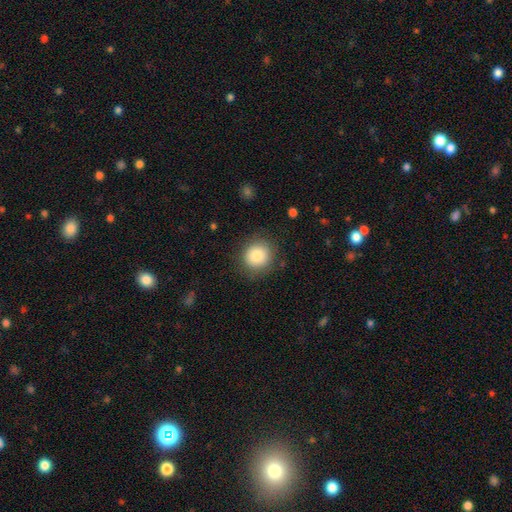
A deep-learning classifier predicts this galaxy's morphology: Overall: smooth (86%). How rounded: round (88%). Merging: none (85%).